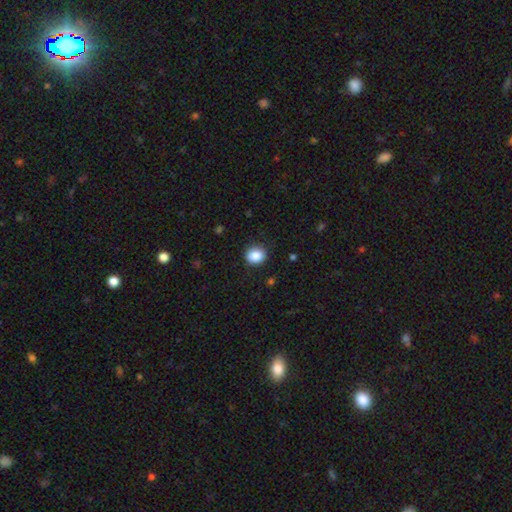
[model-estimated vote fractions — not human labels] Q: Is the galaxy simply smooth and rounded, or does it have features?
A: smooth — 86%.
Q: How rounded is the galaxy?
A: round — 68%.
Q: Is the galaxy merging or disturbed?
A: none — 88%.